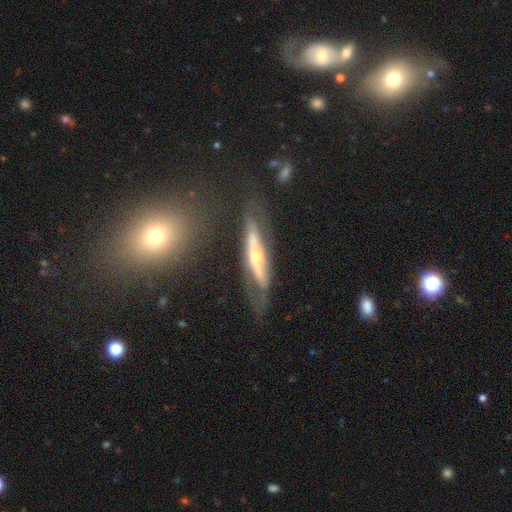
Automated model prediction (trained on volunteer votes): This is likely a featured or disk galaxy (74%). It is likely viewed edge-on (61%). Merging: possibly none (58%).